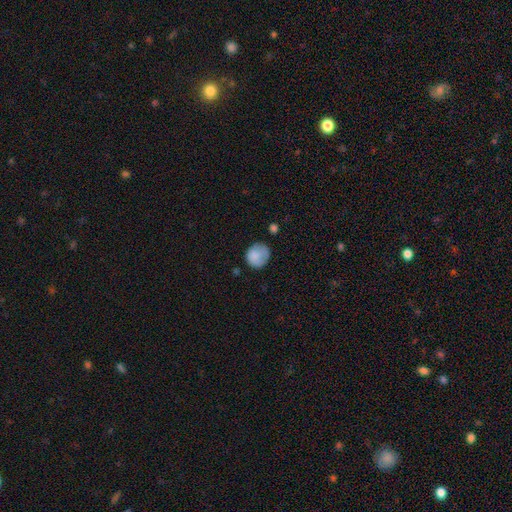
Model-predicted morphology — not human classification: This appears to be a smooth galaxy with no disk features (82%) that is round (78%). Merging: none (62%).